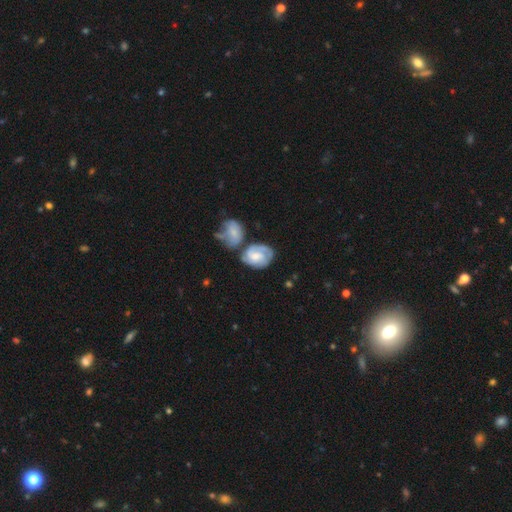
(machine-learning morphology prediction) Smooth or featured? featured or disk (68%)
Edge-on disk? no (97%)
Bar? no (59%)
Spiral arms? yes (89%)
Spiral winding? tight (55%)
Spiral arm count? 2 (45%)
Bulge size? moderate (43%)
Merging? none (43%)